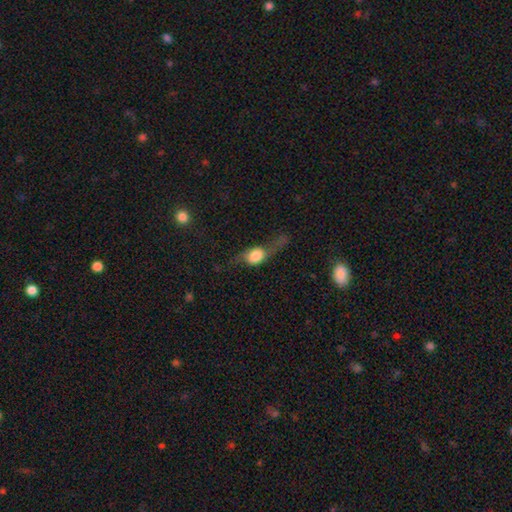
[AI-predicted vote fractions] Smooth or featured? Predicted: featured or disk (p=0.47). Merging? Predicted: none (p=0.43).